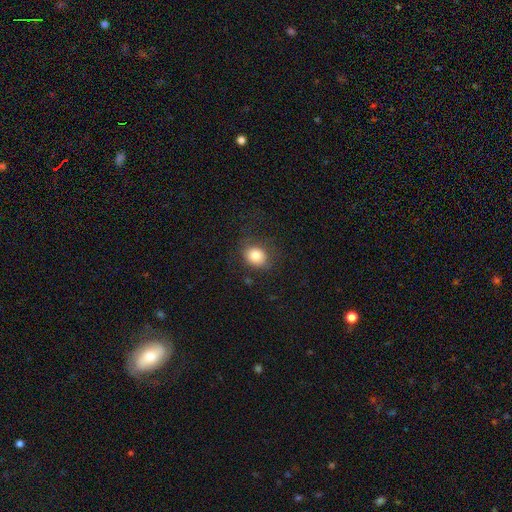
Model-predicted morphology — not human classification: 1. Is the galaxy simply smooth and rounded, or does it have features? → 81% smooth, 10% star or artifact, 8% featured or disk.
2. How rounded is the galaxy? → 61% round, 38% in between, 1% cigar-shaped.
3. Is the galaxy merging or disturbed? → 76% none, 16% minor disturbance, 7% major disturbance, 1% merger.